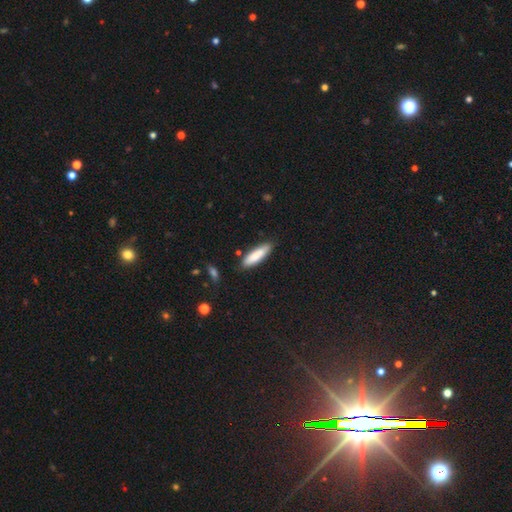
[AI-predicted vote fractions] This is likely a smooth galaxy (78%). How rounded: likely cigar-shaped (65%). Merging: clearly none (83%).